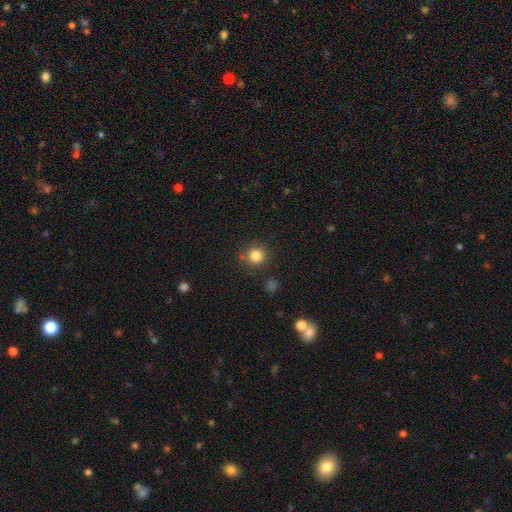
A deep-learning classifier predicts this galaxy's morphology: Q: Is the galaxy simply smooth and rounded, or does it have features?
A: smooth — 83%.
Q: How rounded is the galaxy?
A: round — 93%.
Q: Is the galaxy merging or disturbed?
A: none — 83%.